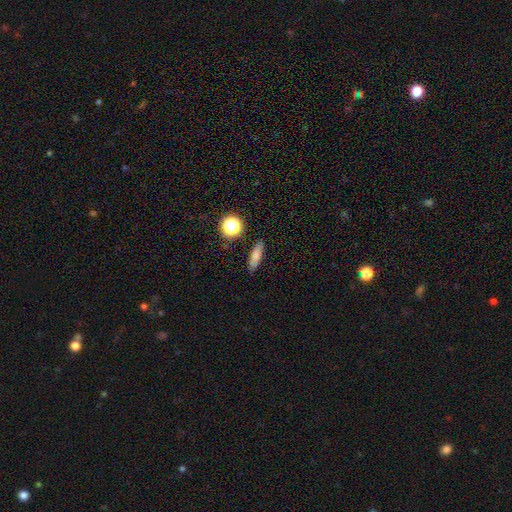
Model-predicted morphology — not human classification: type=smooth (71%); roundness=cigar-shaped (58%); merging=none (88%).